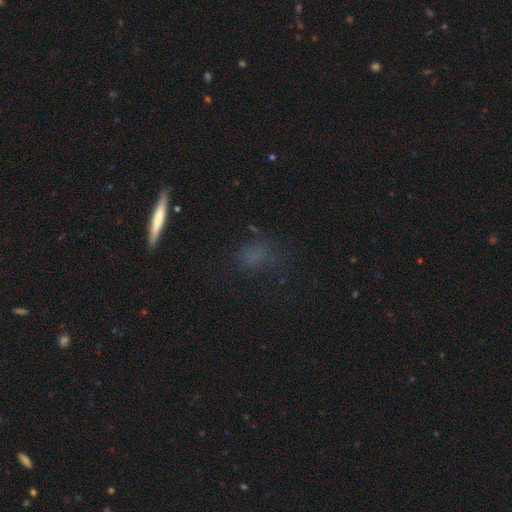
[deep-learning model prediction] This appears to be a smooth galaxy with no disk features (61%) that is in between round and cigar-shaped (49%). Merging: none (67%).